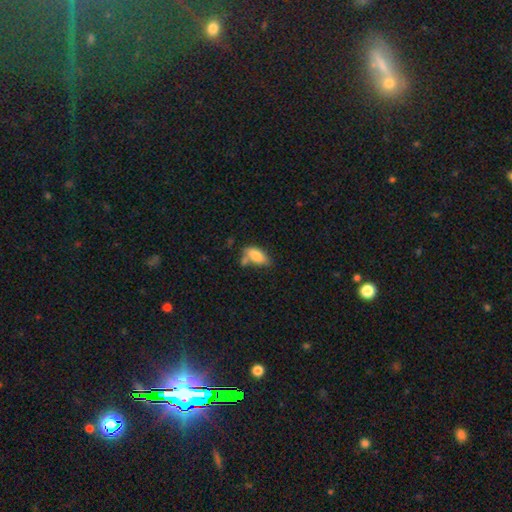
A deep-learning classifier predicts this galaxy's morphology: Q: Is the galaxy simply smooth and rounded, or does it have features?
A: smooth — 81%.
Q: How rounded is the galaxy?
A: in between — 86%.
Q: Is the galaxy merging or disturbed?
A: none — 48%.